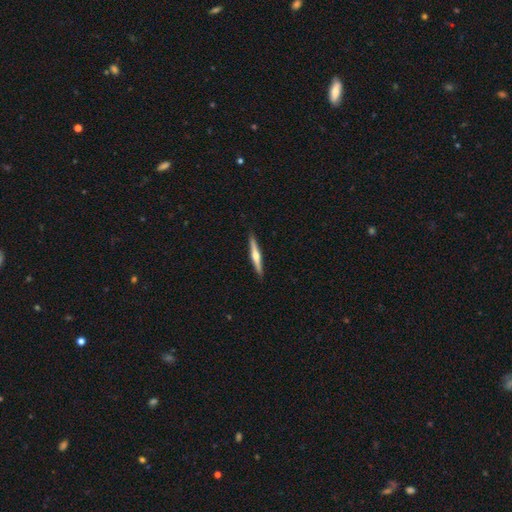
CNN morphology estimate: smooth_or_featured: featured or disk (p=0.67) [alt: smooth p=0.28]
disk_edge_on: yes (p=0.98) [alt: no p=0.02]
edge_on_bulge: rounded (p=0.90) [alt: none p=0.05]
merging: none (p=0.92) [alt: minor disturbance p=0.06]